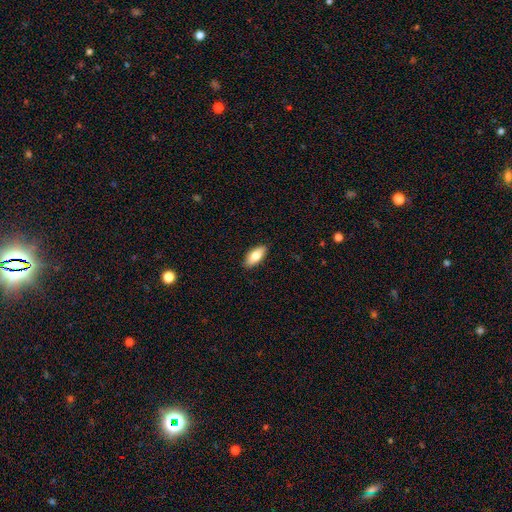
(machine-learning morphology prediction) smooth-or-featured: smooth: 80% | featured or disk: 14% | star or artifact: 6%
  how-rounded: in between: 87% | cigar-shaped: 10% | round: 2%
  merging: none: 89% | minor disturbance: 9% | major disturbance: 2% | merger: 1%